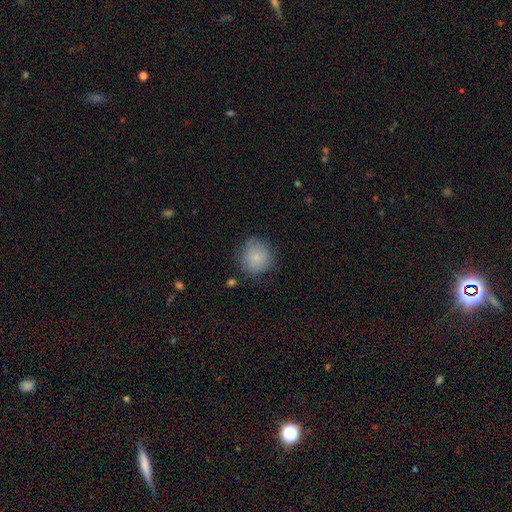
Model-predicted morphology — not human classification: Q: Smooth or featured?
A: smooth (80%); runner-up: featured or disk (10%)
Q: How rounded?
A: round (88%); runner-up: in between (11%)
Q: Merging?
A: none (76%); runner-up: minor disturbance (17%)